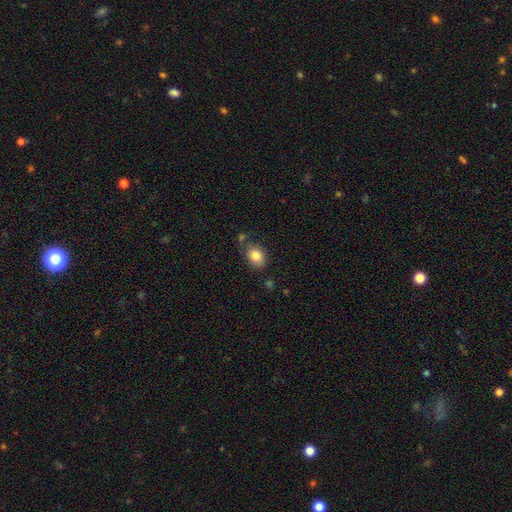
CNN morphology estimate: Smooth or featured? smooth (83%)
How rounded? in between (77%)
Merging? none (64%)